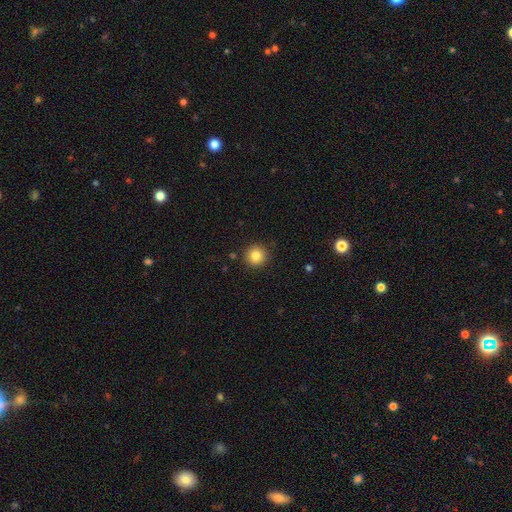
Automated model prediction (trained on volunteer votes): Smooth or featured? smooth (84%)
How rounded? round (95%)
Merging? none (90%)